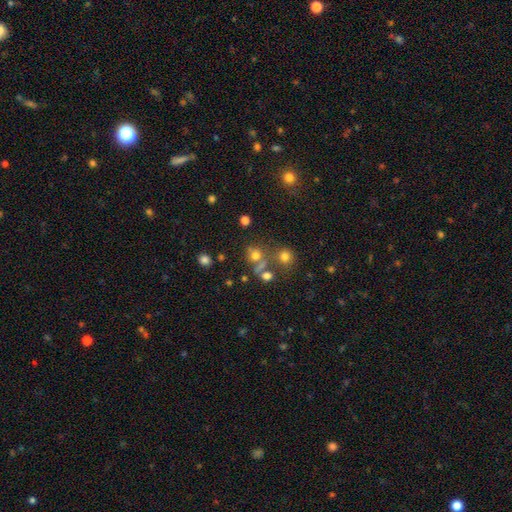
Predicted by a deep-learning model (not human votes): Morphology: type=smooth (67%); roundness=round (80%); merging=none (55%).